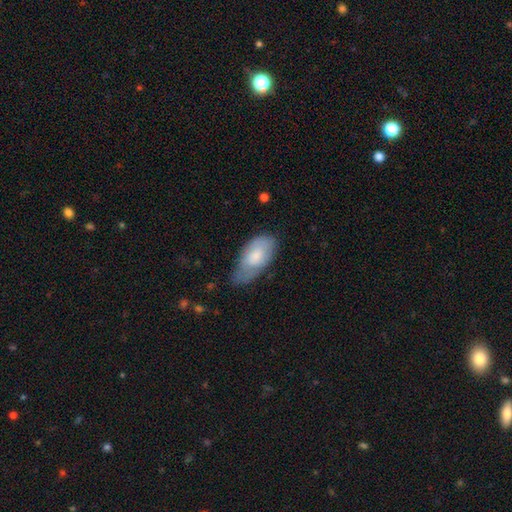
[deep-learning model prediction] A smooth galaxy with no disk features (70%) that is in between round and cigar-shaped (93%). Merging: none (44%).